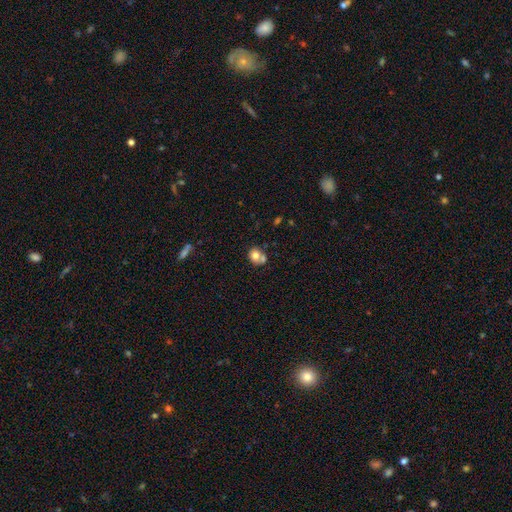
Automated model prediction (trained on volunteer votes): The model was most divided on "merging": none: 41%, merger: 40%, minor disturbance: 13%, major disturbance: 6%. More confident: smooth or featured — smooth (73%); how rounded — round (67%).